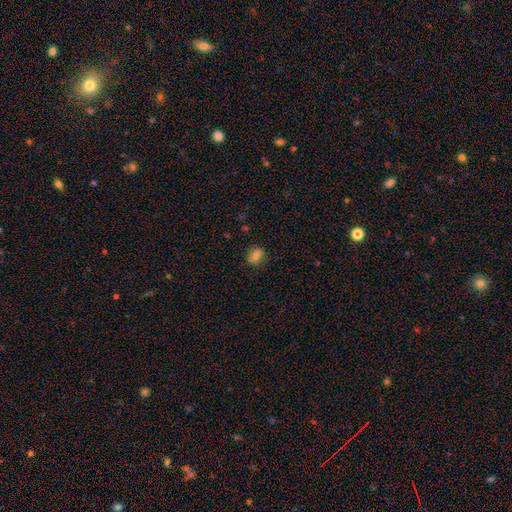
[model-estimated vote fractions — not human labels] The model was most divided on "how rounded": round: 60%, in between: 39%, cigar-shaped: 1%. More confident: merging — none (84%); smooth or featured — smooth (75%).